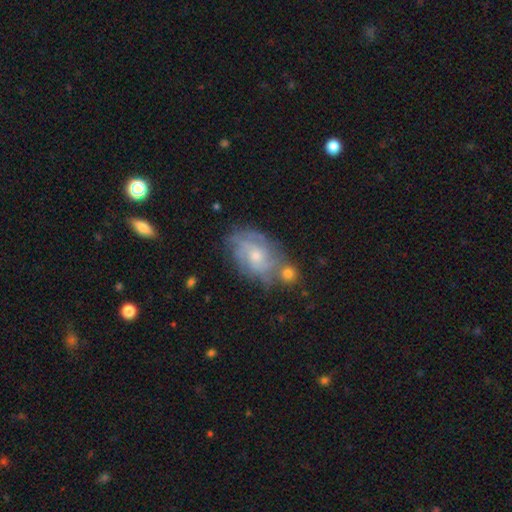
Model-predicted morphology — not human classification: Q: Smooth or featured?
A: featured or disk (73%); runner-up: smooth (19%)
Q: Edge-on disk?
A: no (96%); runner-up: yes (4%)
Q: Bar?
A: no (70%); runner-up: weak (27%)
Q: Spiral arms?
A: yes (89%); runner-up: no (11%)
Q: Spiral winding?
A: tight (56%); runner-up: medium (33%)
Q: Spiral arm count?
A: can't tell (42%); runner-up: 3 (20%)
Q: Bulge size?
A: moderate (47%); runner-up: small (46%)
Q: Merging?
A: none (59%); runner-up: minor disturbance (20%)